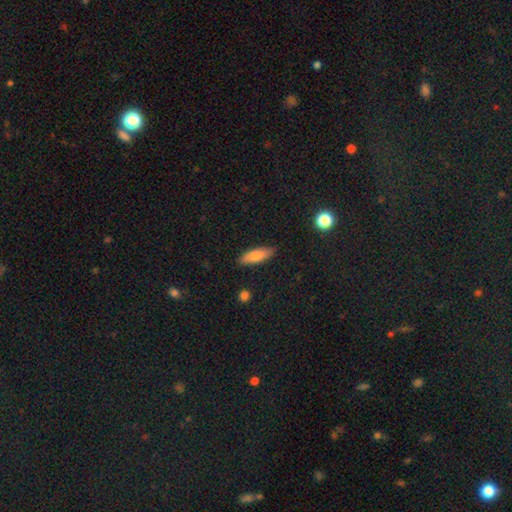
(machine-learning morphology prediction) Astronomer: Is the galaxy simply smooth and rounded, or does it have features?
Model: smooth — 75%.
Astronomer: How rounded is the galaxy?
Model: in between — 53% (runner-up: cigar-shaped, 45%).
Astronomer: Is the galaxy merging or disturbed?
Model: none — 88%.